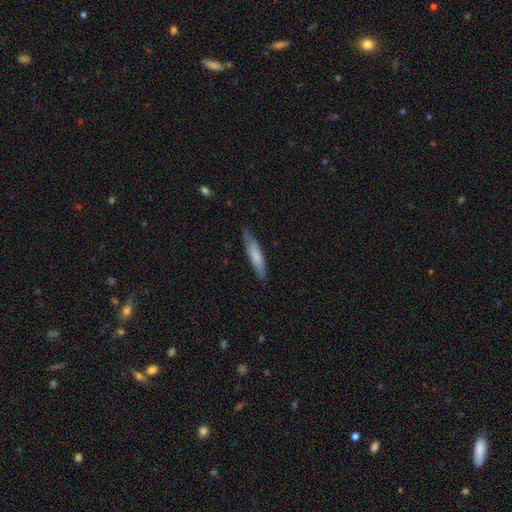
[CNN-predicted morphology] Overall: smooth (71%). How rounded: cigar-shaped (85%). Merging: none (80%).